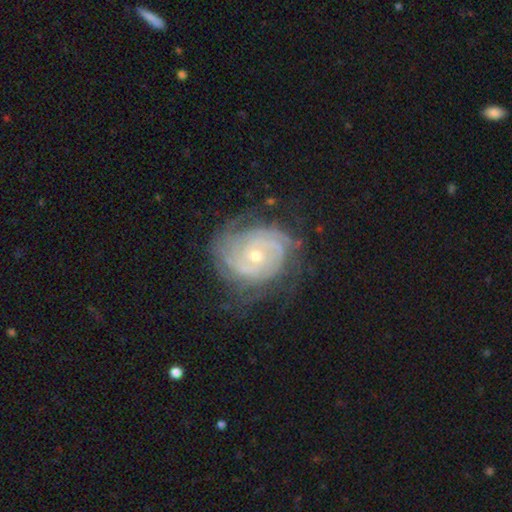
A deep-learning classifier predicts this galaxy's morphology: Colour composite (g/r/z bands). It shows a featured or disk galaxy (86%) with no bar (72%), tight (77%) spiral arms (96%) and a small central bulge (59%). Merging: none (69%).